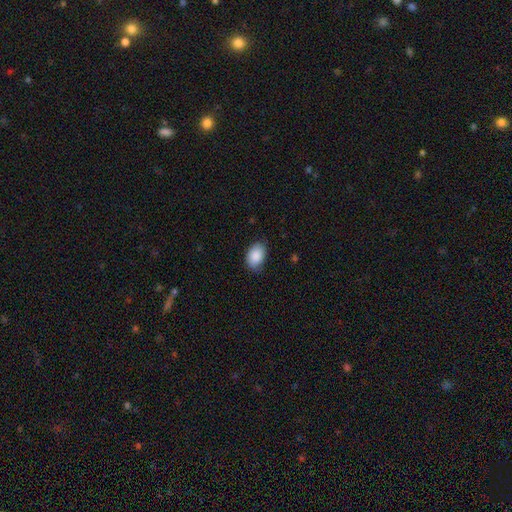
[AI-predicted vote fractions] Smooth or featured: smooth — 89% (star or artifact — 7%)
How rounded: in between — 85% (round — 14%)
Merging: none — 73% (minor disturbance — 22%)